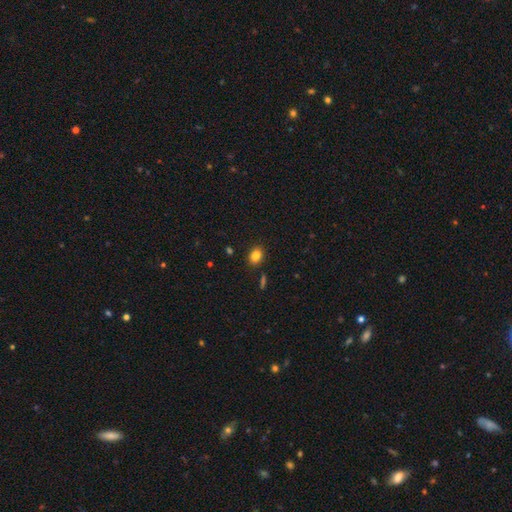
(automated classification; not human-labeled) This is clearly a smooth galaxy (83%). How rounded: possibly in between (60%). Merging: clearly none (87%).